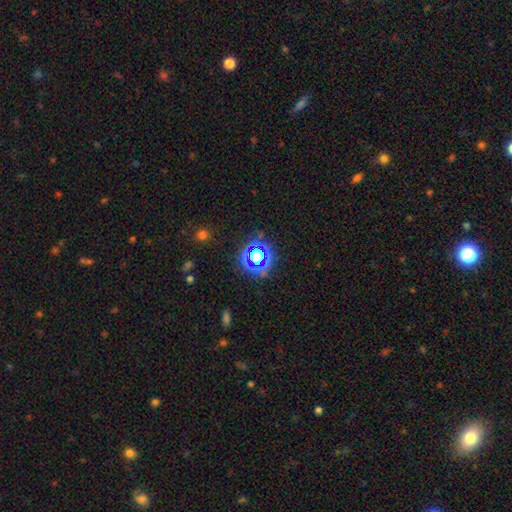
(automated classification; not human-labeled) This appears to be a star or artifact, not a galaxy (62%).